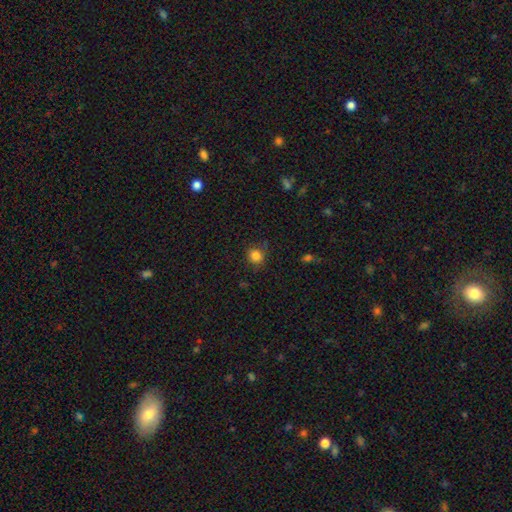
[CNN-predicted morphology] Smooth or featured? Predicted: smooth (p=0.84). How rounded? Predicted: round (p=0.77). Merging? Predicted: none (p=0.78).